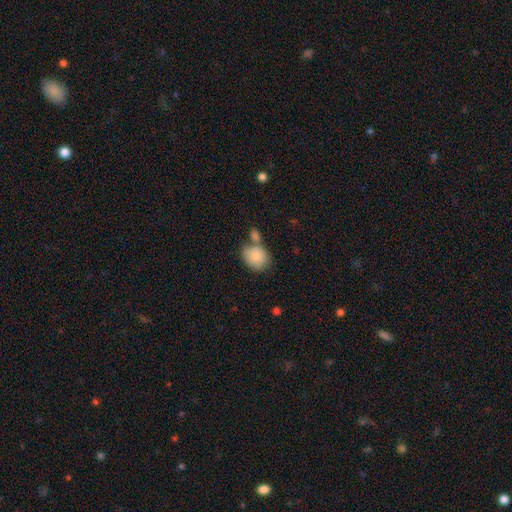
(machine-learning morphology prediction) smooth_or_featured: smooth (p=0.85) [alt: featured or disk p=0.08]
how_rounded: in between (p=0.53) [alt: round p=0.46]
merging: none (p=0.48) [alt: merger p=0.31]